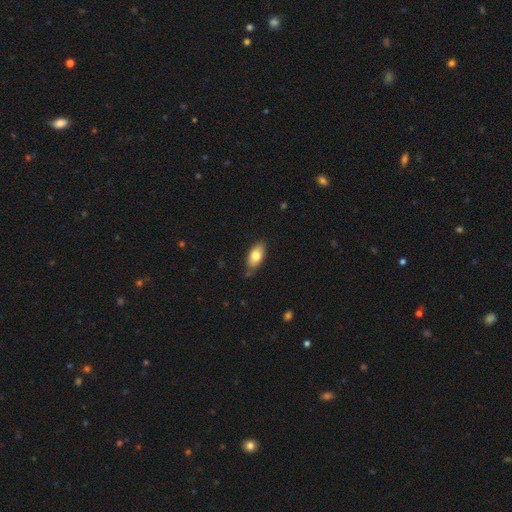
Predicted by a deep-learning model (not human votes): A smooth galaxy with no disk features (78%) that is in between round and cigar-shaped (91%).

Vote fractions:
- Smooth or featured? smooth: 78% / featured or disk: 16% / star or artifact: 7%
- How rounded? in between: 91% / cigar-shaped: 5% / round: 4%
- Merging? none: 77% / minor disturbance: 18% / major disturbance: 3% / merger: 2%